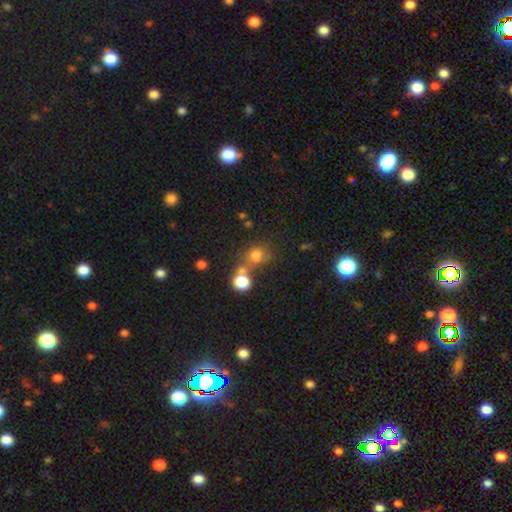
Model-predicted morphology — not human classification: Overall: smooth (52%; star or artifact 38%). How rounded: round (86%). Merging: none (63%; merger 26%).